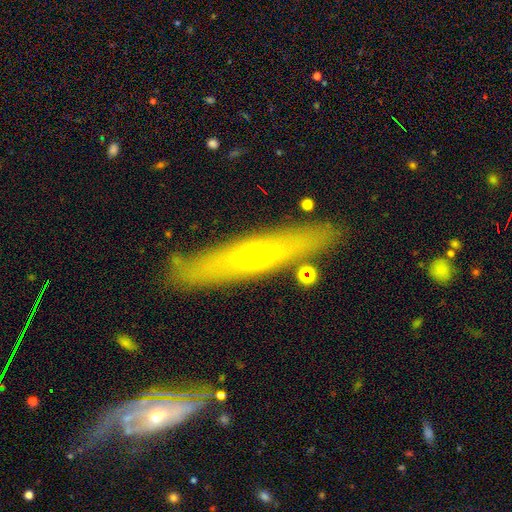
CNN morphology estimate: smooth_or_featured: featured or disk (p=0.54) [alt: smooth p=0.39]
disk_edge_on: yes (p=0.72) [alt: no p=0.28]
merging: none (p=0.82) [alt: minor disturbance p=0.12]